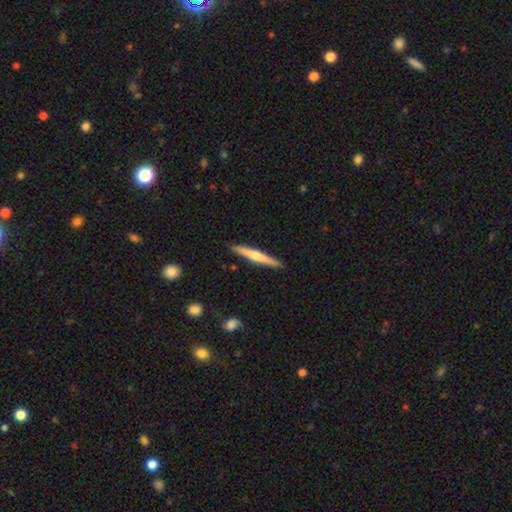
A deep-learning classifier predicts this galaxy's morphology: Smooth or featured: featured or disk — 50% (smooth — 45%)
Merging: none — 91% (minor disturbance — 7%)